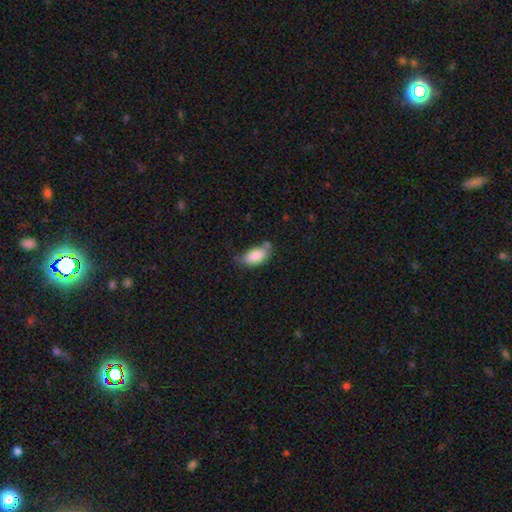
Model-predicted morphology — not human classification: smooth-or-featured: smooth: 85% | featured or disk: 8% | star or artifact: 7%
  how-rounded: in between: 92% | round: 4% | cigar-shaped: 4%
  merging: none: 47% | minor disturbance: 34% | merger: 10% | major disturbance: 9%